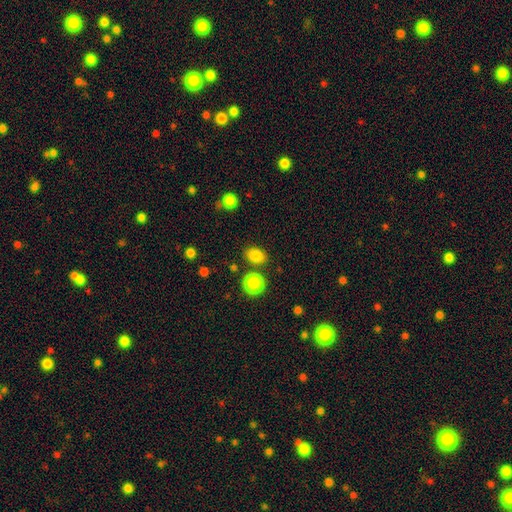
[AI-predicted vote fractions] Overall: smooth (84%). How rounded: in between (64%; round 35%). Merging: none (80%).